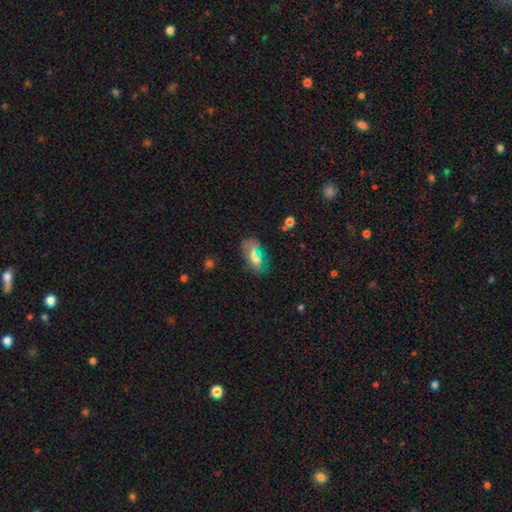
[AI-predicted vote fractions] Overall: smooth (58%; featured or disk 28%). How rounded: in between (84%). Merging: none (70%).